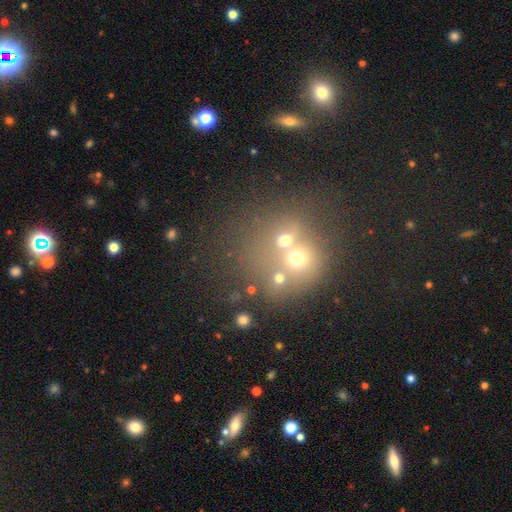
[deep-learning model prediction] A smooth galaxy with no disk features (41%).

Vote fractions:
- Smooth or featured? smooth: 41% / star or artifact: 39% / featured or disk: 19%
- Merging? merger: 44% / none: 42% / minor disturbance: 8% / major disturbance: 6%